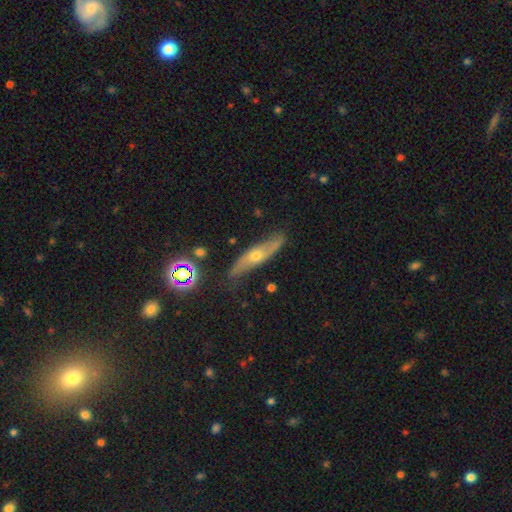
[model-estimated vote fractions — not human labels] Smooth or featured: featured or disk — 64% (smooth — 23%)
Edge-on disk: yes — 54% (no — 46%)
Merging: none — 75% (minor disturbance — 18%)